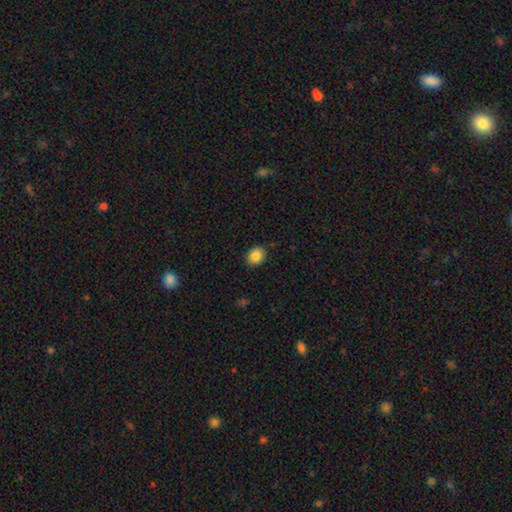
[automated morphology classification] A smooth galaxy with no disk features (86%) that is round (53%). Merging: none (89%).